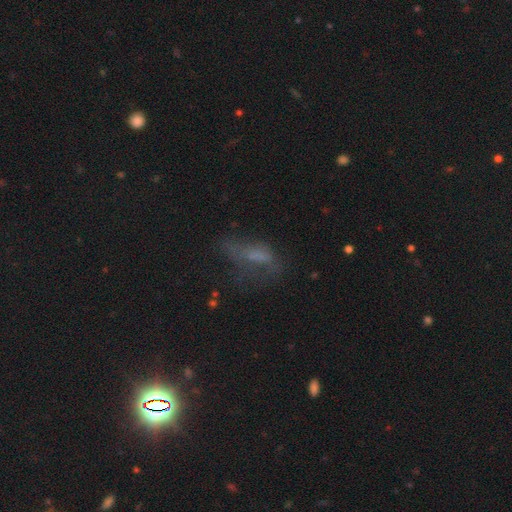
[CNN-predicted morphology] A smooth galaxy with no disk features (47%). Merging: none (41%).